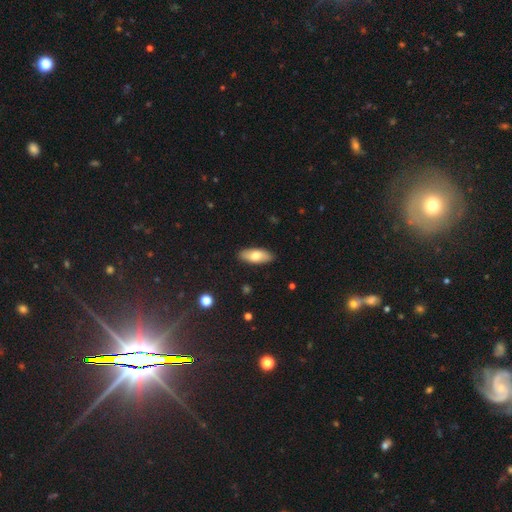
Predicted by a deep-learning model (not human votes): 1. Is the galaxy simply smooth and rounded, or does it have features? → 73% smooth, 21% featured or disk, 6% star or artifact.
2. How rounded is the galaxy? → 82% in between, 15% cigar-shaped, 2% round.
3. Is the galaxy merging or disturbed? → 89% none, 8% minor disturbance, 2% major disturbance, 1% merger.